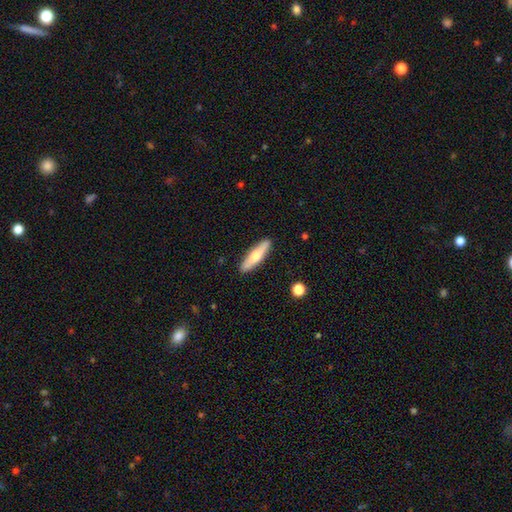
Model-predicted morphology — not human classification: Smooth or featured: smooth — 56% (featured or disk — 39%)
How rounded: cigar-shaped — 77% (in between — 22%)
Merging: none — 89% (minor disturbance — 8%)